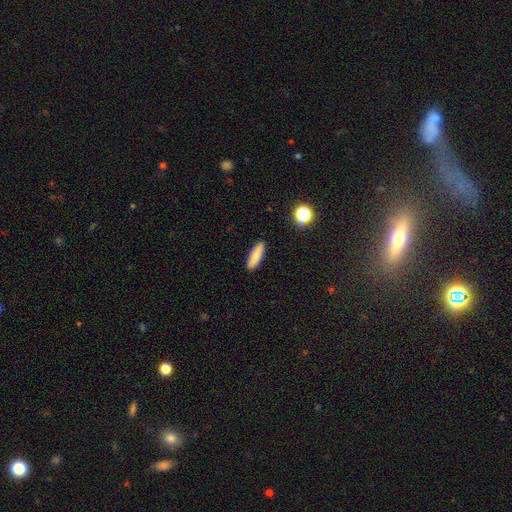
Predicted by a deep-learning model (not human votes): smooth 84%, featured or disk 8%, star or artifact 8%. Down the decision tree: how rounded — cigar-shaped (62%); merging — none (91%).